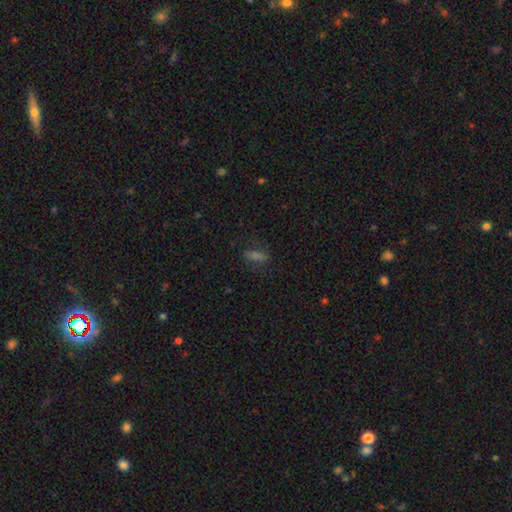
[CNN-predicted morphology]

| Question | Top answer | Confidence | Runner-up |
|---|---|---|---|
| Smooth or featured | smooth | 56% | star or artifact (26%) |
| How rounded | in between | 51% | cigar-shaped (41%) |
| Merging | none | 76% | minor disturbance (15%) |